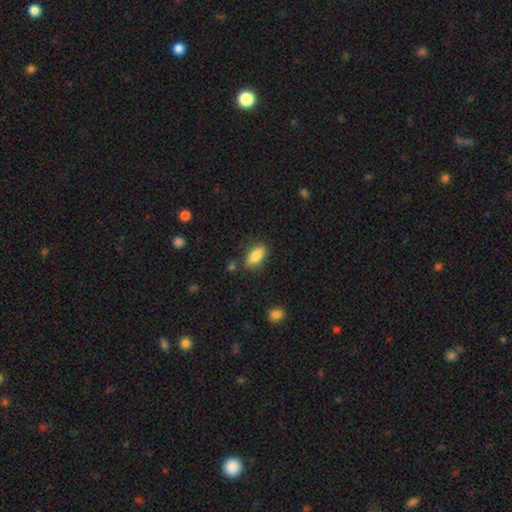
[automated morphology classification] Smooth or featured? Predicted: smooth (p=0.85). How rounded? Predicted: in between (p=0.87). Merging? Predicted: none (p=0.79).